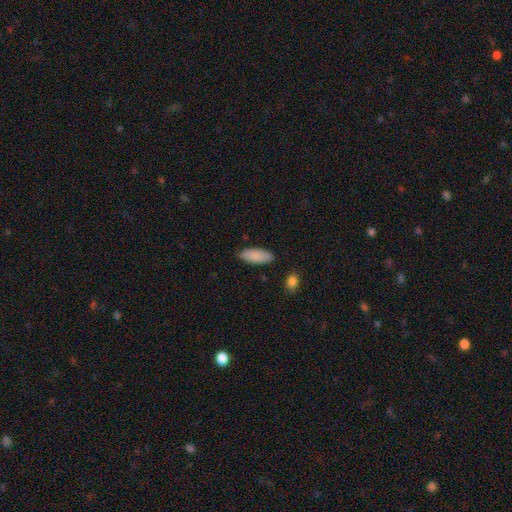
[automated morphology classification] A smooth galaxy with no disk features (88%) that is in between round and cigar-shaped (79%). Merging: none (85%).